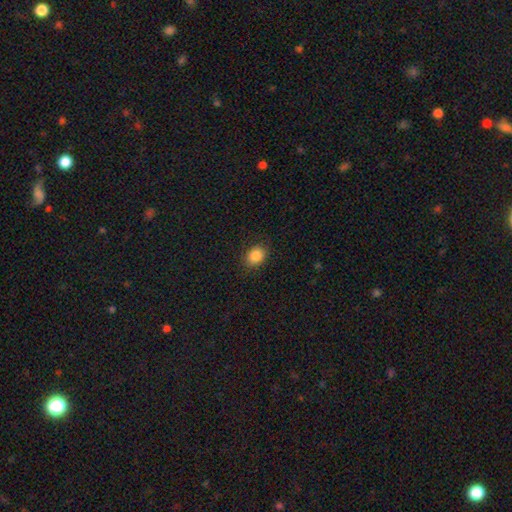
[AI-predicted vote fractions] Smooth or featured? Predicted: smooth (p=0.86). How rounded? Predicted: in between (p=0.59). Merging? Predicted: none (p=0.87).